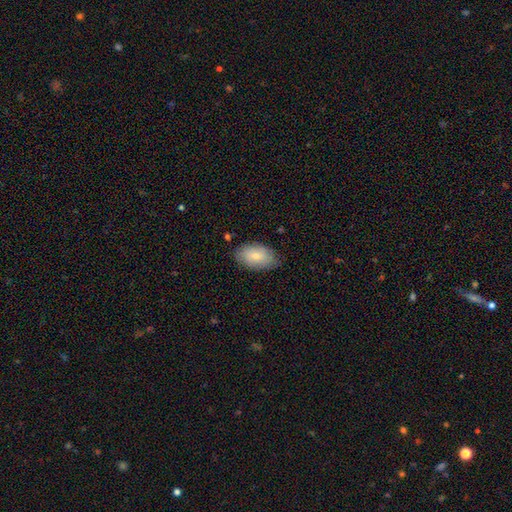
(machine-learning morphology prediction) Smooth or featured? Predicted: smooth (p=0.78). How rounded? Predicted: in between (p=0.93). Merging? Predicted: none (p=0.78).